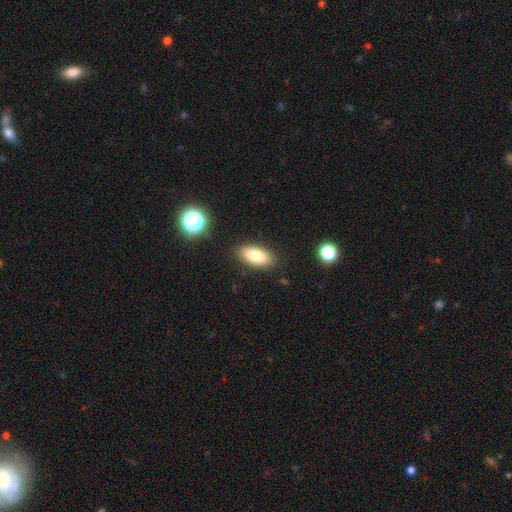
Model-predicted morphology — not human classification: smooth_or_featured: smooth (p=0.81) [alt: featured or disk p=0.11]
how_rounded: in between (p=0.88) [alt: cigar-shaped p=0.08]
merging: none (p=0.86) [alt: minor disturbance p=0.09]